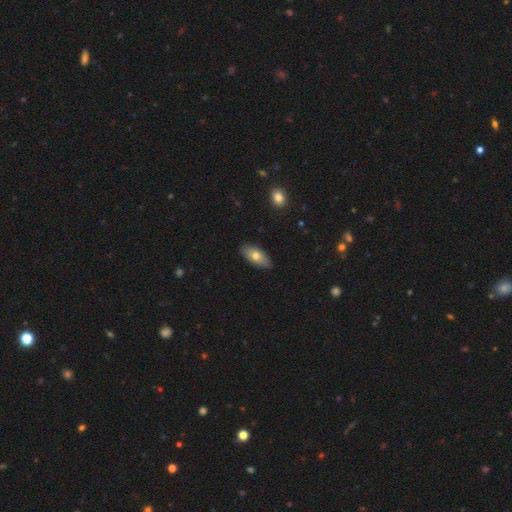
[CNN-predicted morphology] smooth-or-featured: smooth: 69% | featured or disk: 25% | star or artifact: 7%
  how-rounded: in between: 86% | cigar-shaped: 11% | round: 4%
  merging: none: 85% | minor disturbance: 12% | major disturbance: 2% | merger: 1%